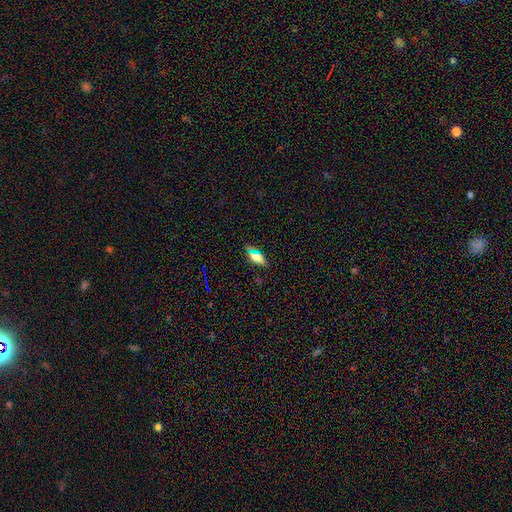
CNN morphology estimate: smooth_or_featured: smooth (p=0.62) [alt: star or artifact p=0.19]
how_rounded: in between (p=0.77) [alt: cigar-shaped p=0.18]
merging: none (p=0.80) [alt: minor disturbance p=0.13]